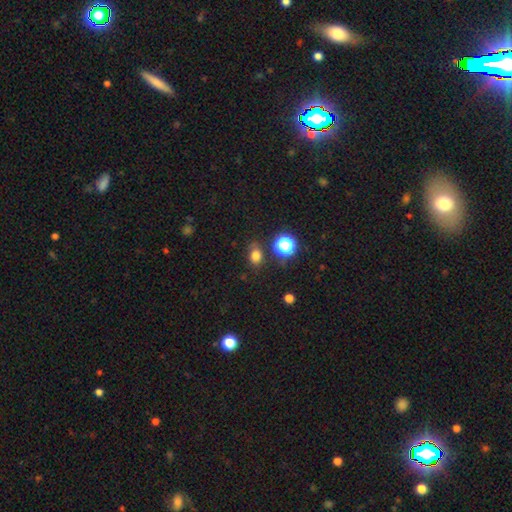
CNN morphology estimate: Smooth or featured? smooth (75%)
How rounded? round (51%)
Merging? none (75%)